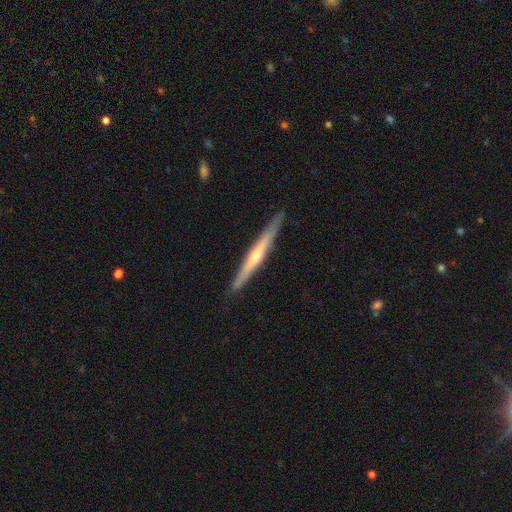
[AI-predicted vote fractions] Q: Smooth or featured?
A: featured or disk (67%); runner-up: smooth (28%)
Q: Edge-on disk?
A: yes (97%); runner-up: no (3%)
Q: Edge-on bulge?
A: rounded (69%); runner-up: none (27%)
Q: Merging?
A: none (90%); runner-up: minor disturbance (8%)